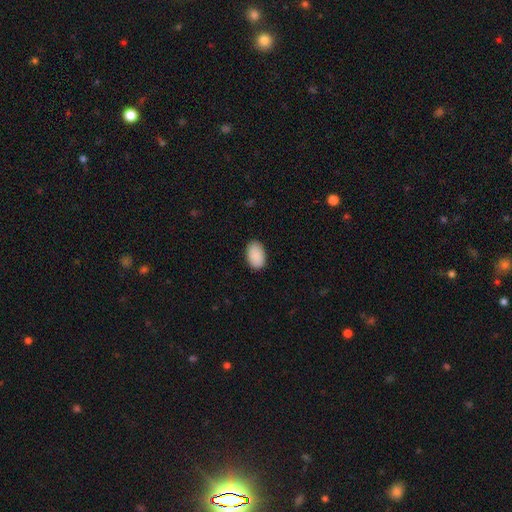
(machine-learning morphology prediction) Smooth or featured? Predicted: smooth (p=0.91). How rounded? Predicted: in between (p=0.93). Merging? Predicted: none (p=0.86).